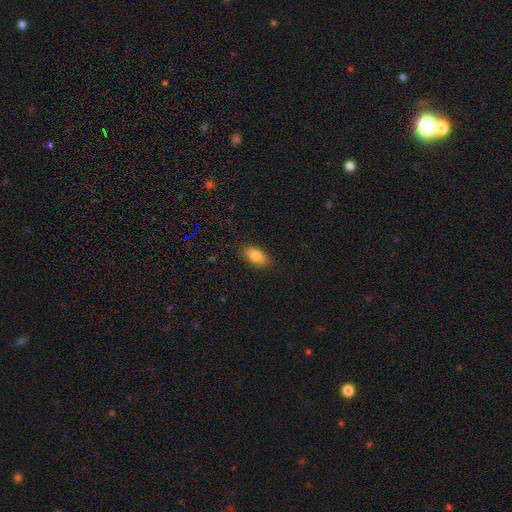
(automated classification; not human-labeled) smooth 87%, star or artifact 7%, featured or disk 6%. Down the decision tree: how rounded — in between (91%); merging — none (87%).